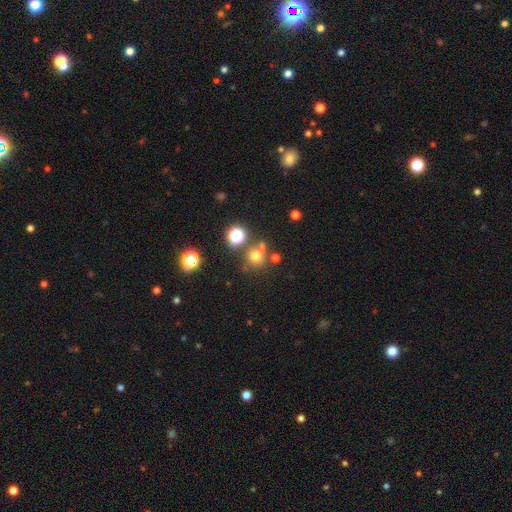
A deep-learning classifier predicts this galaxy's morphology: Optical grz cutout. It shows a smooth galaxy with no disk features (66%) that is round (87%). Merging: none (64%).